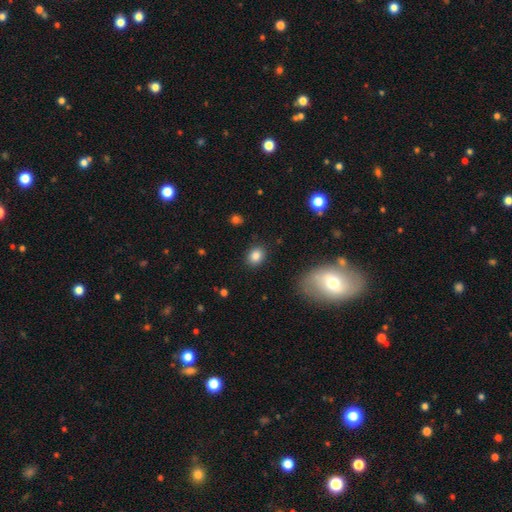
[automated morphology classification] Smooth or featured? smooth (84%)
How rounded? in between (53%)
Merging? none (88%)